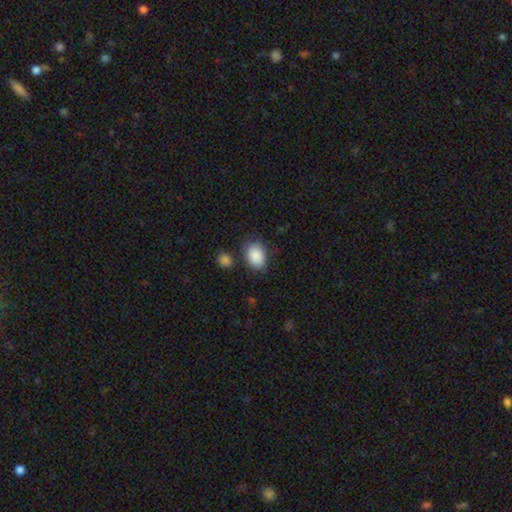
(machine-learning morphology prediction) The model was most divided on "merging": none: 72%, minor disturbance: 17%, merger: 6%, major disturbance: 5%. More confident: smooth or featured — smooth (89%); how rounded — in between (80%).